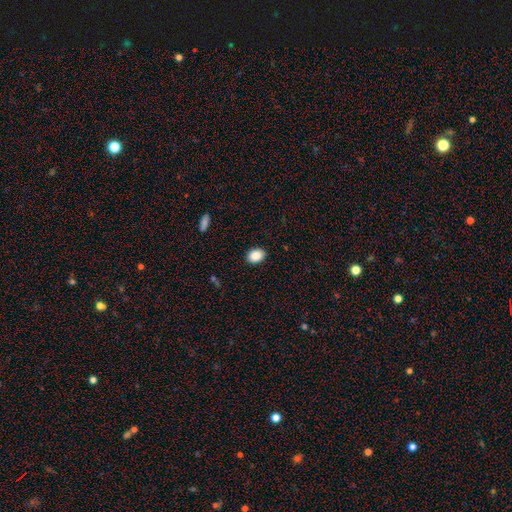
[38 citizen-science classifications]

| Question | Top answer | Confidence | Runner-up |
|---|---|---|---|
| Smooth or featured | smooth | 87% | star or artifact (8%) |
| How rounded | in between | 70% | round (30%) |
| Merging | none | 91% | minor disturbance (3%) |